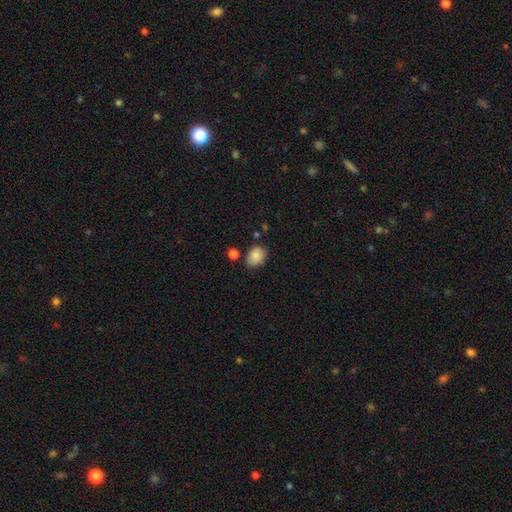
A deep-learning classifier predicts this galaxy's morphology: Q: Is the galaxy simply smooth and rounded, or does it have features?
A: smooth — 84%.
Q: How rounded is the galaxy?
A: in between — 63%.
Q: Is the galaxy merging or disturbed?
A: none — 66%.